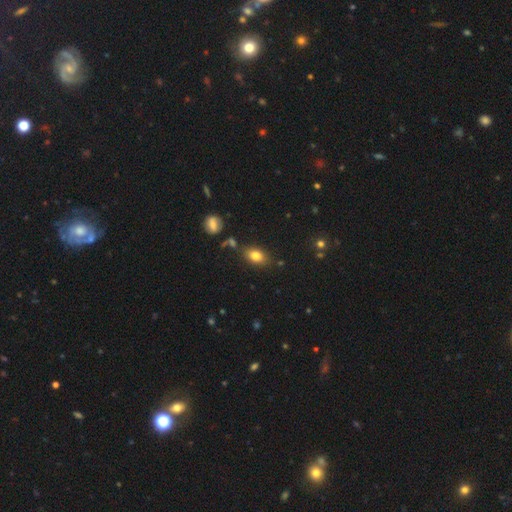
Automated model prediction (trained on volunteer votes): Morphology: type=smooth (80%); roundness=in between (81%); merging=none (77%).